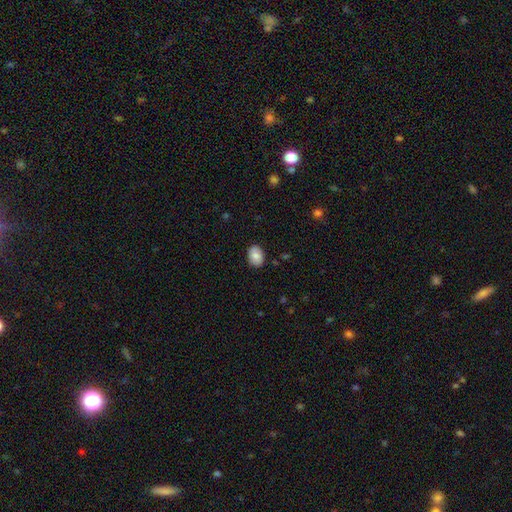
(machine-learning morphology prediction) smooth_or_featured: smooth (p=0.83) [alt: featured or disk p=0.10]
how_rounded: in between (p=0.77) [alt: round p=0.22]
merging: none (p=0.88) [alt: minor disturbance p=0.09]